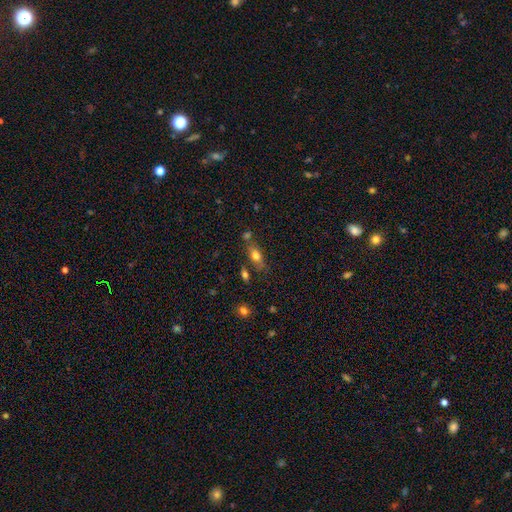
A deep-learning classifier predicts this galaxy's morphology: type=smooth (71%); roundness=in between (77%); merging=none (60%).